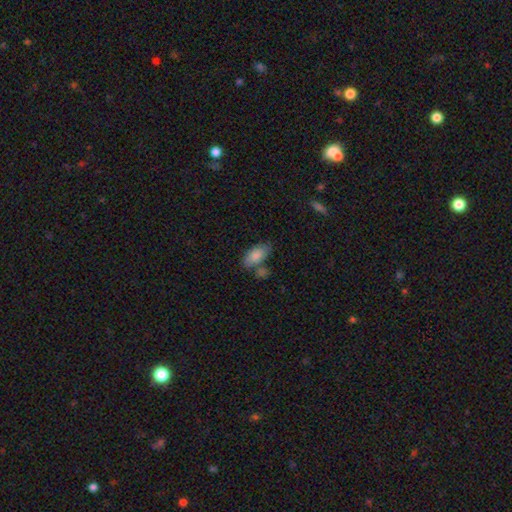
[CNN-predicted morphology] Smooth or featured: smooth — 83% (featured or disk — 10%)
How rounded: in between — 90% (cigar-shaped — 7%)
Merging: none — 57% (merger — 19%)